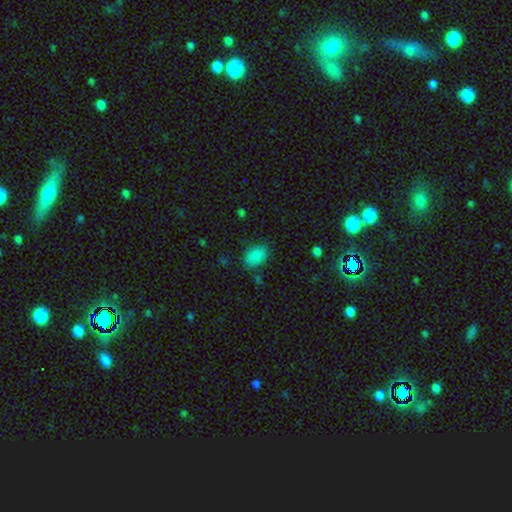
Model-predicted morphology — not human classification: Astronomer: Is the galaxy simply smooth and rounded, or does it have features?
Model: smooth — 86%.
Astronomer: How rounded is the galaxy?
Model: in between — 84%.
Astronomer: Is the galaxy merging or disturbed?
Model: none — 79%.